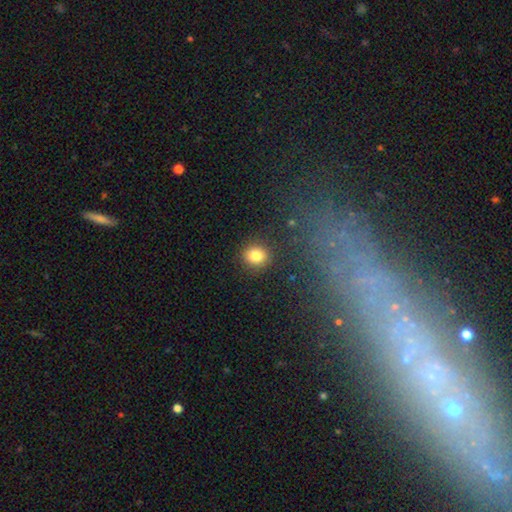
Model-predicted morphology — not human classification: A smooth galaxy with no disk features (83%) that is round (78%).

Vote fractions:
- Smooth or featured? smooth: 83% / star or artifact: 11% / featured or disk: 6%
- How rounded? round: 78% / in between: 21% / cigar-shaped: 1%
- Merging? none: 88% / minor disturbance: 8% / major disturbance: 3% / merger: 2%